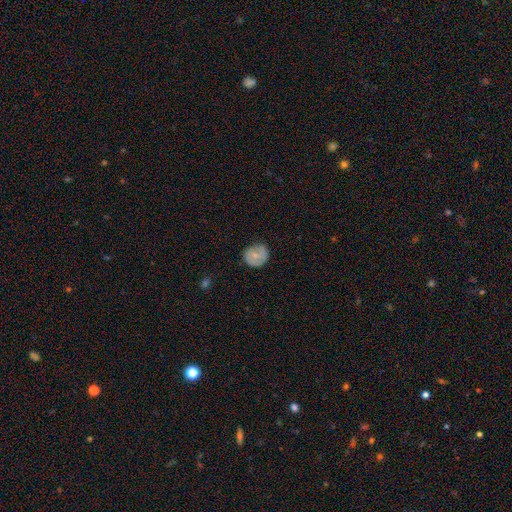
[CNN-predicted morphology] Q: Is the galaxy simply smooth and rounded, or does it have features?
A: smooth — 64%.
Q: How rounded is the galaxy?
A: round — 83%.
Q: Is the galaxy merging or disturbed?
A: none — 74%.